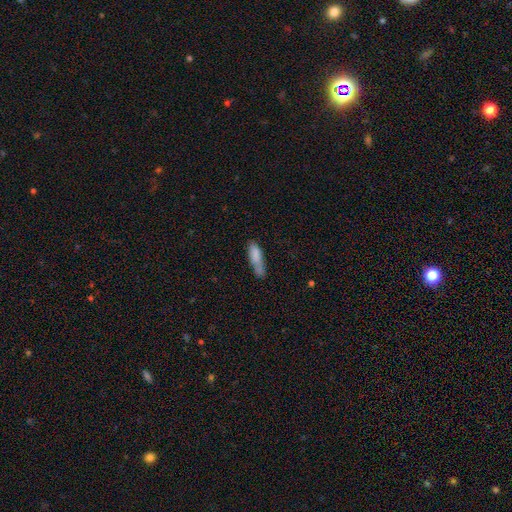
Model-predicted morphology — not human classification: smooth_or_featured: smooth (p=0.80) [alt: featured or disk p=0.12]
how_rounded: cigar-shaped (p=0.60) [alt: in between p=0.38]
merging: none (p=0.50) [alt: minor disturbance p=0.28]